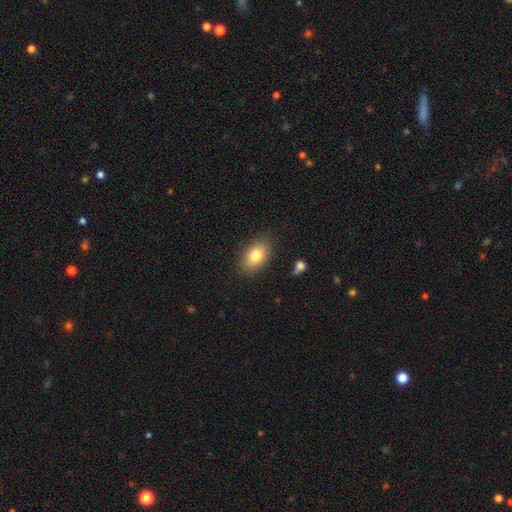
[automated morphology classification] This is likely a smooth galaxy (80%). How rounded: clearly in between (85%). Merging: clearly none (84%).